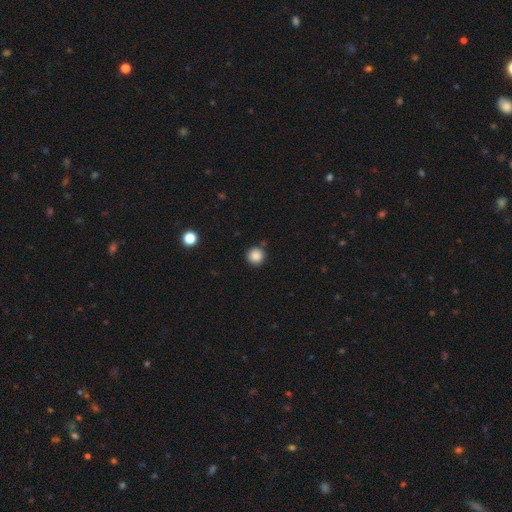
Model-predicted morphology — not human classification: The model was most divided on "smooth or featured": smooth: 87%, star or artifact: 10%, featured or disk: 3%. More confident: how rounded — round (95%); merging — none (87%).